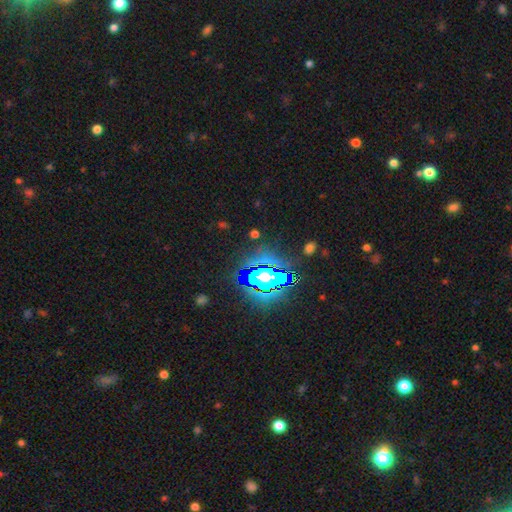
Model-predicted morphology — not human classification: This appears to be a star or artifact, not a galaxy (85%).